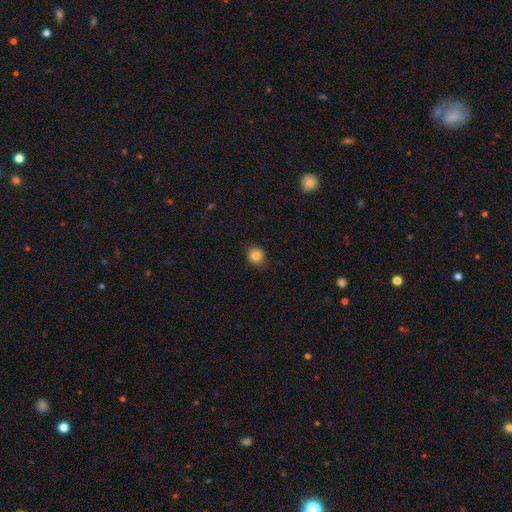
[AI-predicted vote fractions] Q: Smooth or featured?
A: smooth (84%); runner-up: star or artifact (11%)
Q: How rounded?
A: round (88%); runner-up: in between (11%)
Q: Merging?
A: none (87%); runner-up: minor disturbance (10%)